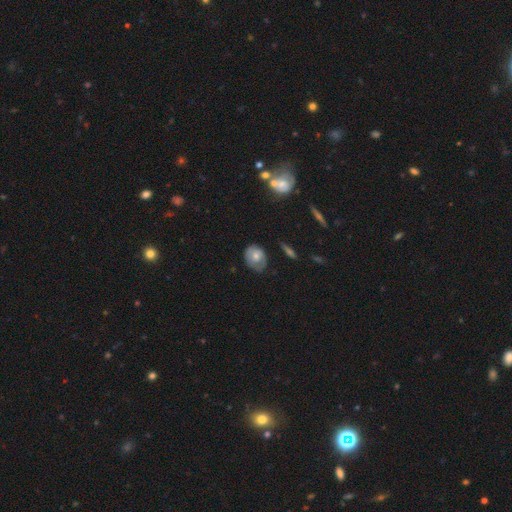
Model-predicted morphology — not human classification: Overall: smooth (56%; featured or disk 37%). How rounded: round (50%; in between 49%). Merging: none (59%; minor disturbance 30%).